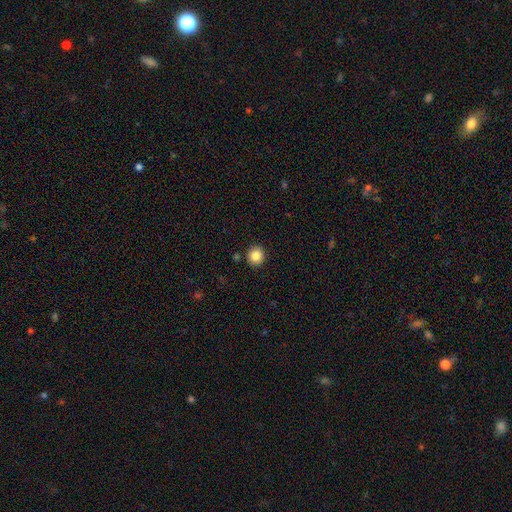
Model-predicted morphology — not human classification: smooth 85%, star or artifact 10%, featured or disk 5%. Down the decision tree: how rounded — round (90%); merging — none (90%).